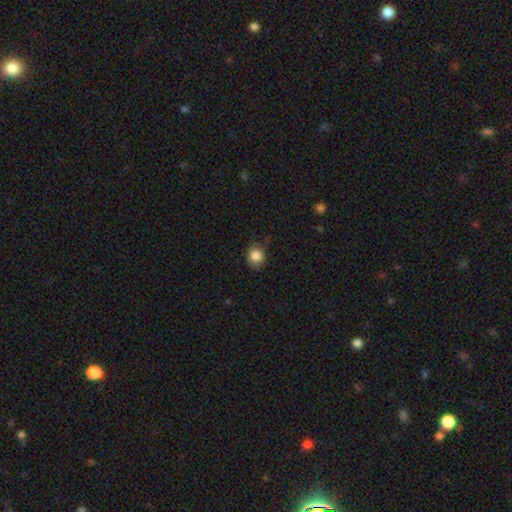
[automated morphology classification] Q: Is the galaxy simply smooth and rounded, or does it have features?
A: smooth — 85%.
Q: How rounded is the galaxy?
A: round — 78%.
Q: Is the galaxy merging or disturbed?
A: none — 74%.